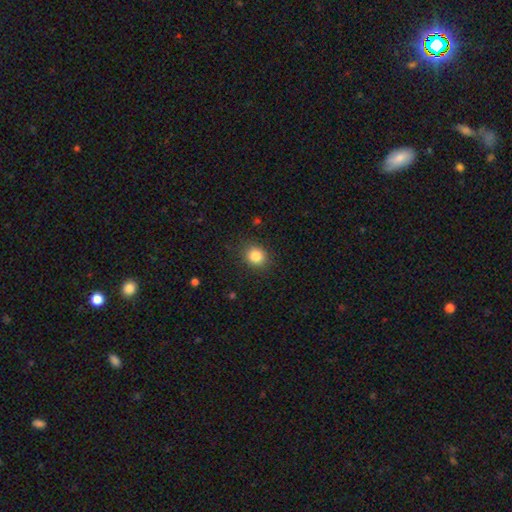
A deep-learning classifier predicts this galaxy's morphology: The model was most divided on "how rounded": round: 75%, in between: 24%, cigar-shaped: 1%. More confident: merging — none (88%); smooth or featured — smooth (84%).